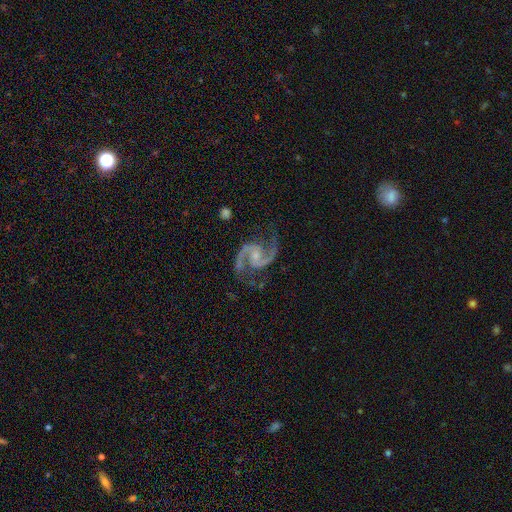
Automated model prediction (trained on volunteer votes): A featured or disk galaxy (94%) with no bar (47%), 2 (94%) medium (64%) spiral arms (99%) and a small central bulge (55%).

Vote fractions:
- Smooth or featured? featured or disk: 94% / star or artifact: 4% / smooth: 2%
- Edge-on disk? no: 98% / yes: 2%
- Bar? no: 47% / weak: 42% / strong: 12%
- Spiral arms? yes: 99% / no: 1%
- Spiral winding? medium: 64% / loose: 25% / tight: 11%
- Spiral arm count? 2: 94% / 3: 1% / can't tell: 1% / 1: 1% / 4: 1% / more than 4: 1%
- Bulge size? small: 55% / moderate: 29% / none: 12% / large: 2% / dominant: 1%
- Merging? none: 75% / minor disturbance: 16% / major disturbance: 7% / merger: 2%